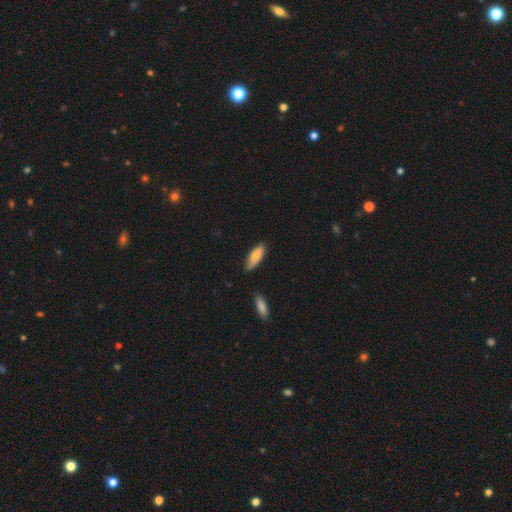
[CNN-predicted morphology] Smooth or featured?
  - smooth: 77% *
  - featured or disk: 17%
  - star or artifact: 6%
How rounded?
  - in between: 66% *
  - cigar-shaped: 32%
  - round: 2%
Merging?
  - none: 78% *
  - minor disturbance: 17%
  - major disturbance: 2%
  - merger: 2%